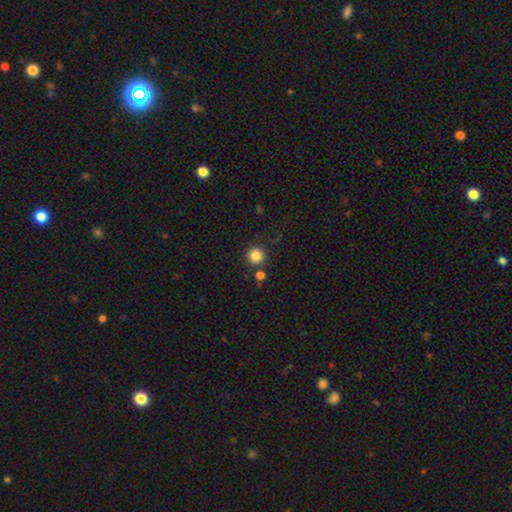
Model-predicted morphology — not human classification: smooth_or_featured: smooth (p=0.85) [alt: star or artifact p=0.11]
how_rounded: round (p=0.95) [alt: in between p=0.04]
merging: none (p=0.83) [alt: merger p=0.08]